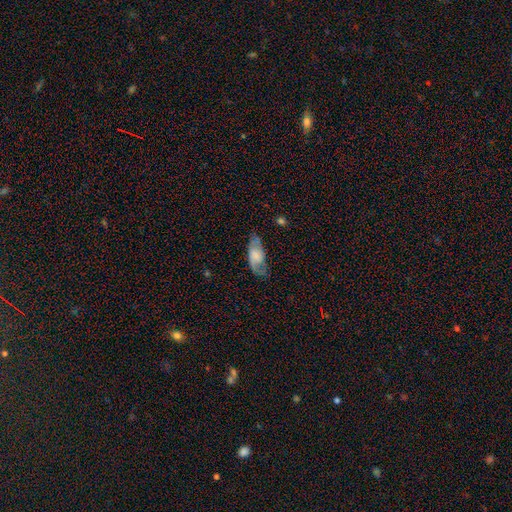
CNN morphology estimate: Smooth or featured? smooth (47%)
Merging? none (59%)